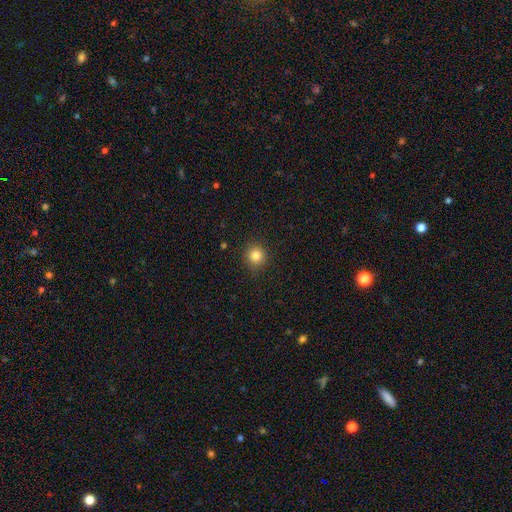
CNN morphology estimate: Smooth or featured? smooth (83%)
How rounded? round (92%)
Merging? none (89%)